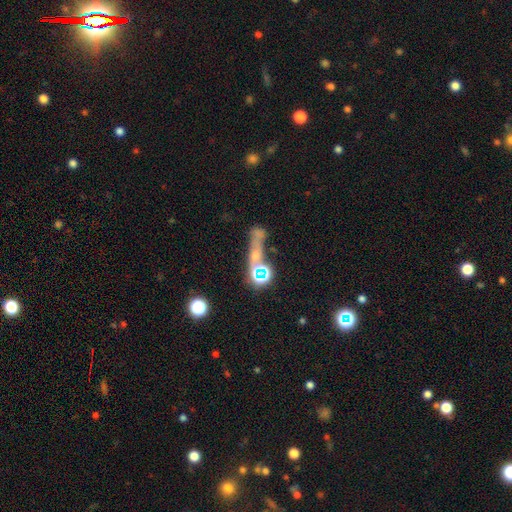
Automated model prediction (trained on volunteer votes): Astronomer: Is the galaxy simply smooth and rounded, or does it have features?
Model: smooth — 38%, tied with star or artifact at 38%.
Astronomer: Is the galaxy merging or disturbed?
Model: none — 34%, tied with merger at 34%.